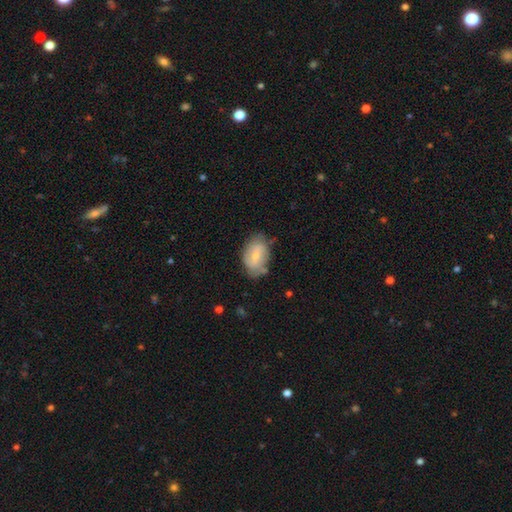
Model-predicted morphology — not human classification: smooth 54%, featured or disk 39%, star or artifact 7%. Down the decision tree: how rounded — in between (86%); merging — none (62%).